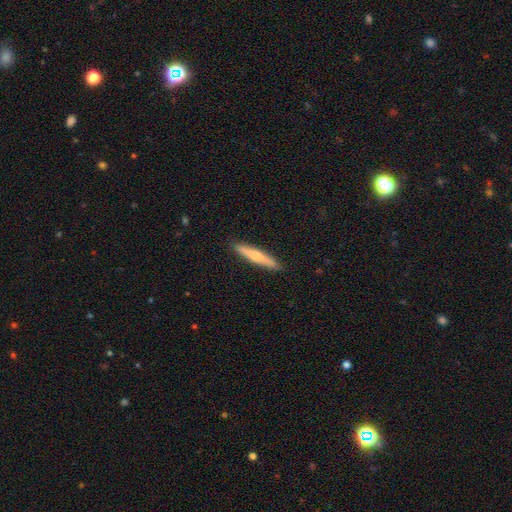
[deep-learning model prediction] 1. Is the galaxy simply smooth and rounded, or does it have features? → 58% smooth, 36% featured or disk, 5% star or artifact.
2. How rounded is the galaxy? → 92% cigar-shaped, 6% in between, 1% round.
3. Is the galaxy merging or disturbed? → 91% none, 7% minor disturbance, 1% major disturbance, 1% merger.